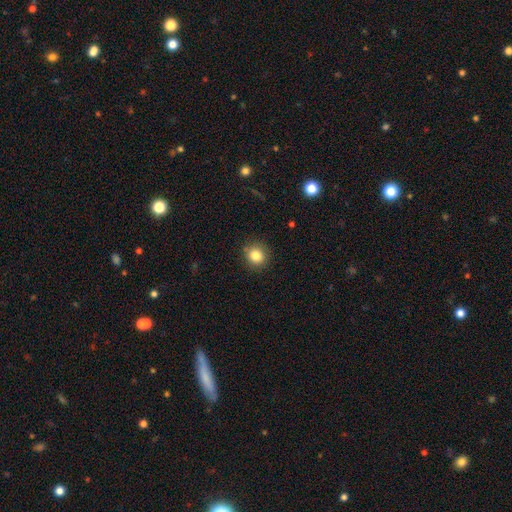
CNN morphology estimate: The model was most divided on "smooth or featured": smooth: 83%, star or artifact: 11%, featured or disk: 5%. More confident: how rounded — round (88%); merging — none (87%).